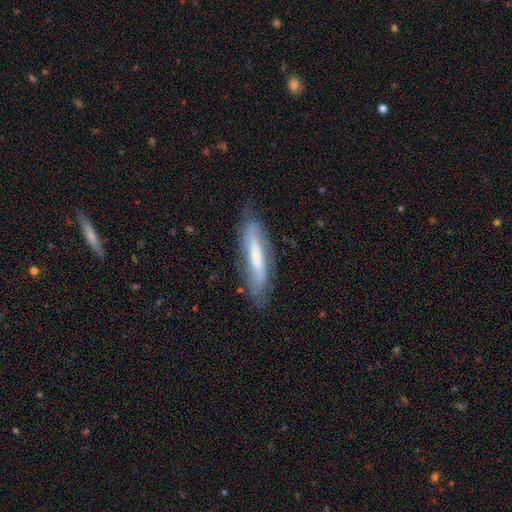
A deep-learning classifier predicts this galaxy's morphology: Smooth or featured? featured or disk (54%)
Edge-on disk? no (54%)
Merging? none (72%)